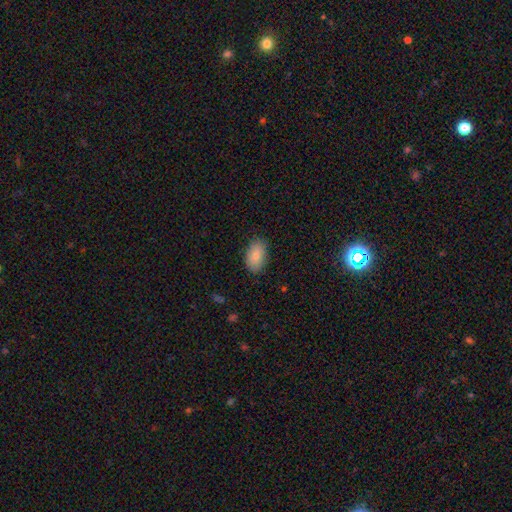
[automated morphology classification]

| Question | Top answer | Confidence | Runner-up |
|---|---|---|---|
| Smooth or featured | smooth | 83% | featured or disk (10%) |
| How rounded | in between | 91% | round (8%) |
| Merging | none | 83% | minor disturbance (13%) |